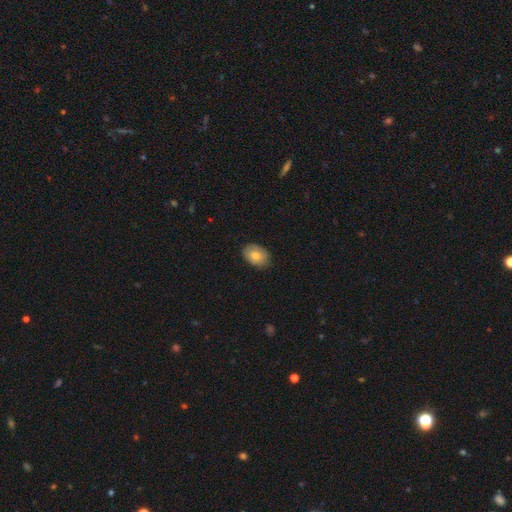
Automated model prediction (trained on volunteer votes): A smooth galaxy with no disk features (79%) that is in between round and cigar-shaped (82%). Merging: none (83%).